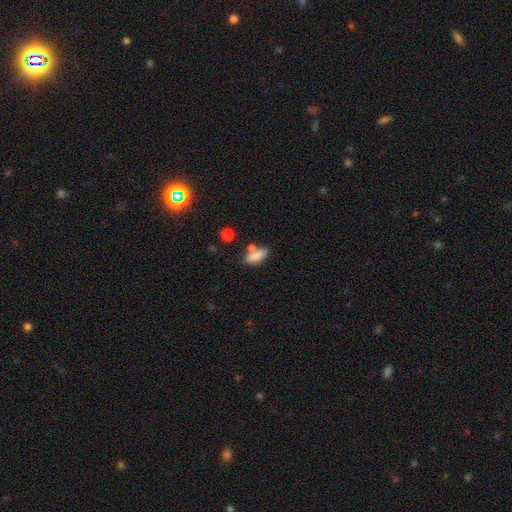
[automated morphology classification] Overall: smooth (81%). How rounded: in between (59%; cigar-shaped 38%). Merging: none (61%).